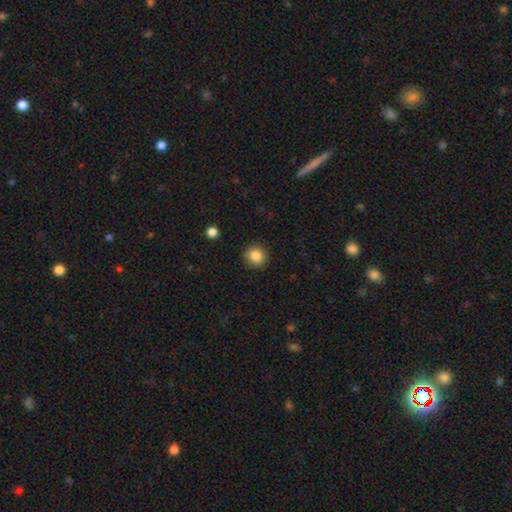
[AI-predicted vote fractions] Q: Smooth or featured?
A: smooth (86%); runner-up: star or artifact (10%)
Q: How rounded?
A: round (89%); runner-up: in between (10%)
Q: Merging?
A: none (89%); runner-up: minor disturbance (7%)